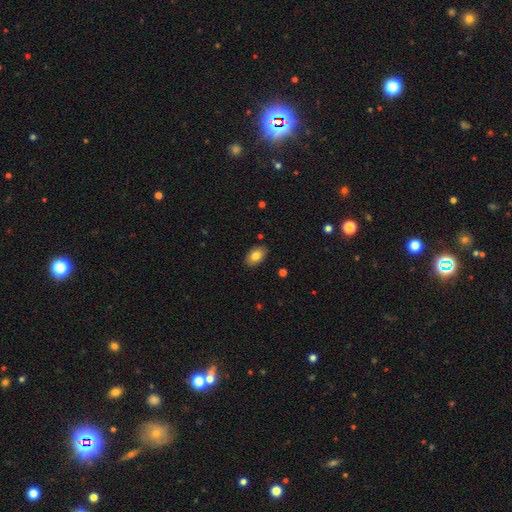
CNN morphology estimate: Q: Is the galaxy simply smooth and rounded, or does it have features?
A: smooth — 81%.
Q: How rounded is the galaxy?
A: in between — 91%.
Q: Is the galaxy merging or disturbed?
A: none — 87%.